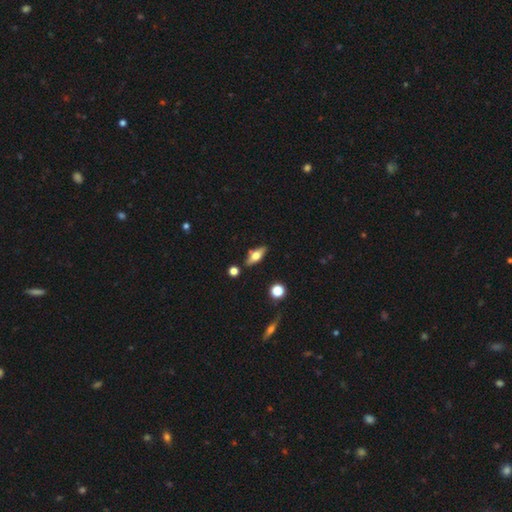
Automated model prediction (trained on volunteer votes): Overall: smooth (47%; featured or disk 46%). Merging: none (82%).